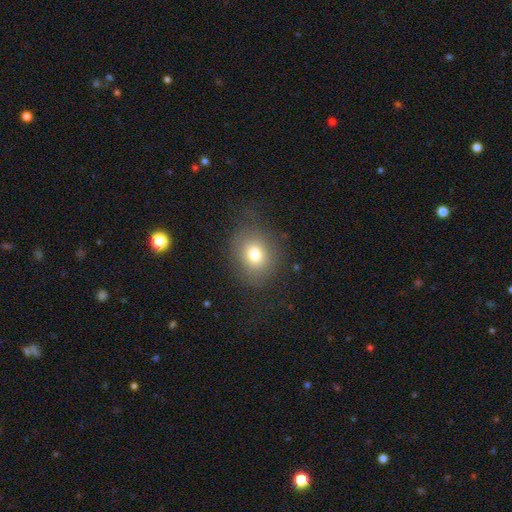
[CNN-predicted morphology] The model was most divided on "how rounded": round: 66%, in between: 33%, cigar-shaped: 1%. More confident: merging — none (81%); smooth or featured — smooth (70%).